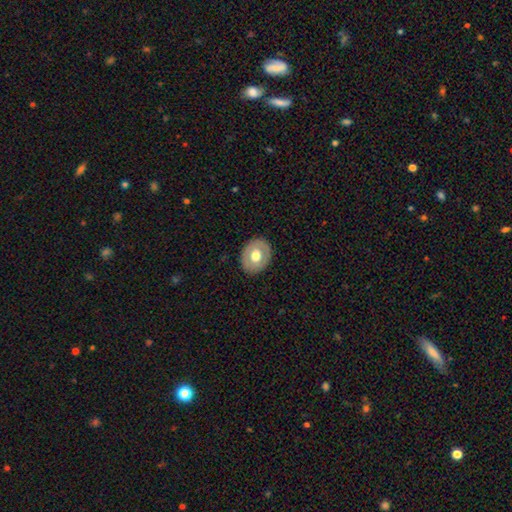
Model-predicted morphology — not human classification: A smooth galaxy with no disk features (60%) that is round (51%).

Vote fractions:
- Smooth or featured? smooth: 60% / featured or disk: 33% / star or artifact: 6%
- How rounded? round: 51% / in between: 49% / cigar-shaped: 1%
- Merging? none: 87% / minor disturbance: 9% / major disturbance: 3% / merger: 1%